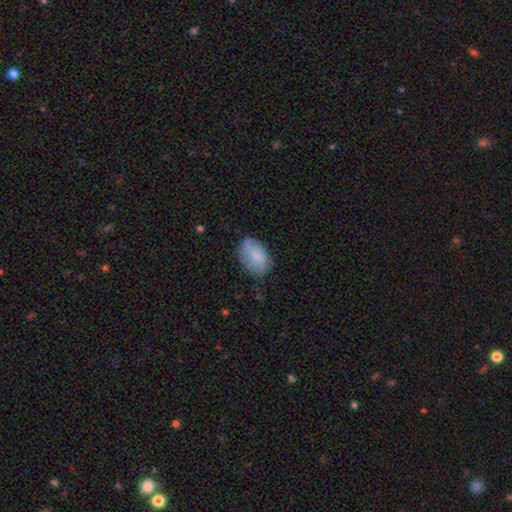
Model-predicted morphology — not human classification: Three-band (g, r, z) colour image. It shows a smooth galaxy with no disk features (74%) that is in between round and cigar-shaped (86%). Merging: none (60%).